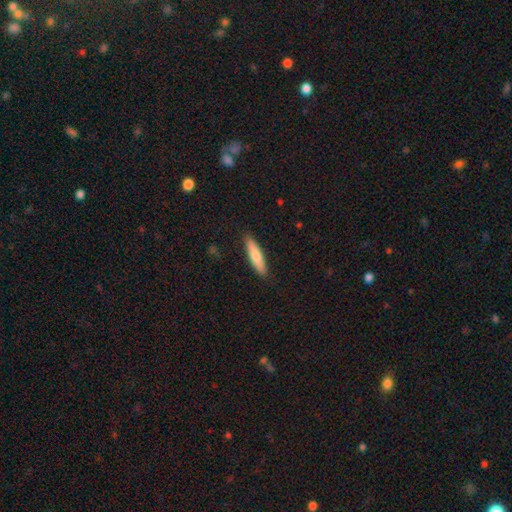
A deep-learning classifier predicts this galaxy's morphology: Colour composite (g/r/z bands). It shows a smooth galaxy with no disk features (70%) that is cigar-shaped (79%). Merging: none (89%).